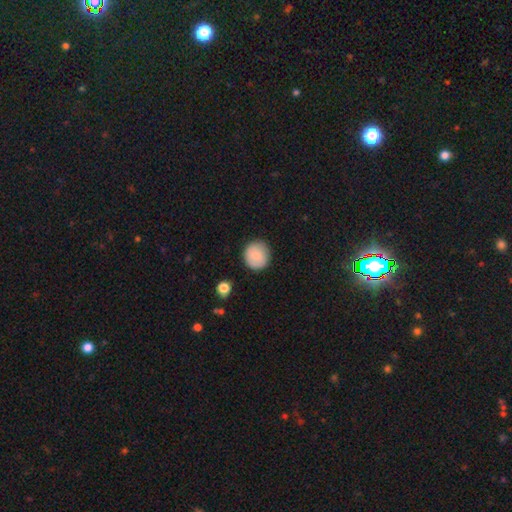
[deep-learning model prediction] Q: Smooth or featured?
A: smooth (84%); runner-up: featured or disk (9%)
Q: How rounded?
A: round (89%); runner-up: in between (10%)
Q: Merging?
A: none (87%); runner-up: minor disturbance (10%)